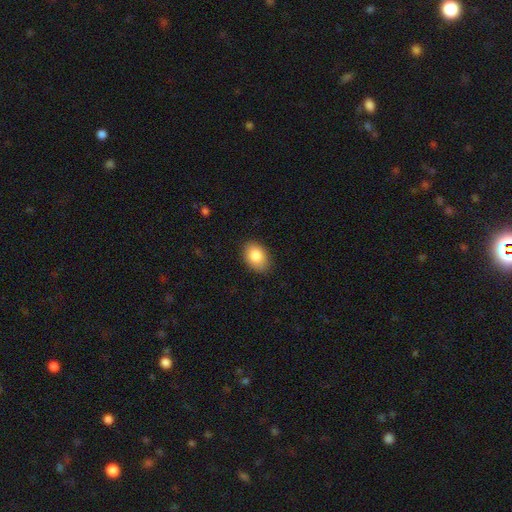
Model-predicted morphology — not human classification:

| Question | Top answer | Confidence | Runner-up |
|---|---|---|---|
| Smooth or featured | smooth | 86% | star or artifact (7%) |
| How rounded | in between | 82% | round (16%) |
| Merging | none | 86% | minor disturbance (11%) |